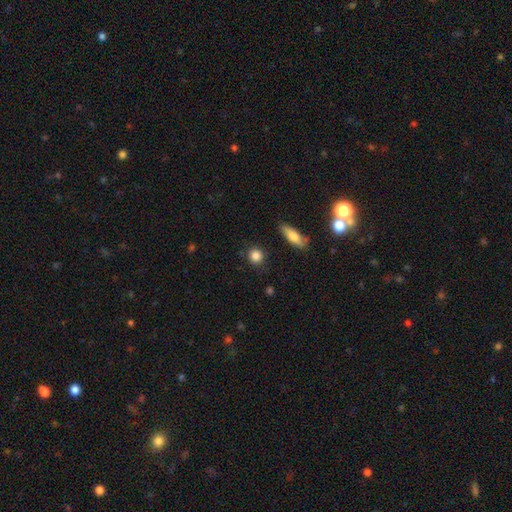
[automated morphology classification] Smooth or featured? smooth (86%)
How rounded? round (85%)
Merging? none (85%)